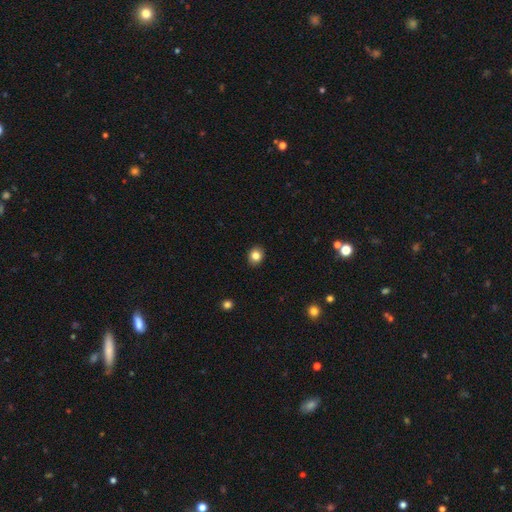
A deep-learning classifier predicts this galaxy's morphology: Smooth or featured? Predicted: smooth (p=0.83). How rounded? Predicted: round (p=0.62). Merging? Predicted: none (p=0.91).